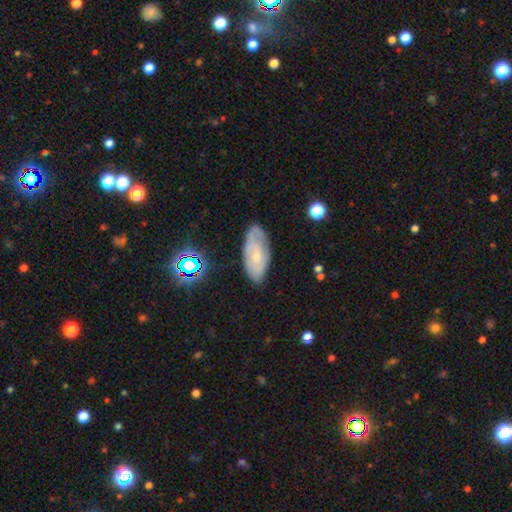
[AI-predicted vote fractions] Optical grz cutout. It shows a featured or disk galaxy (55%). Merging: none (71%).